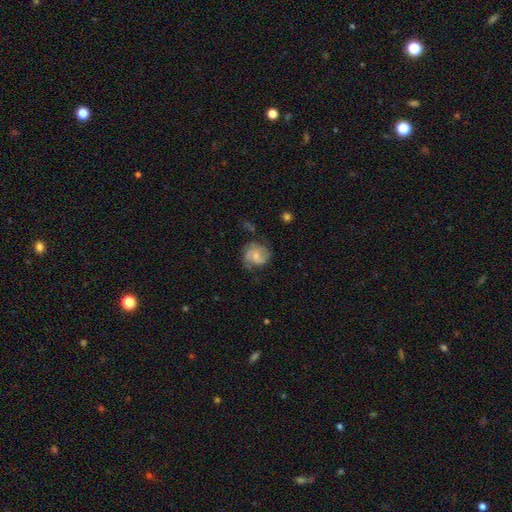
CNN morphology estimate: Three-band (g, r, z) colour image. It shows a featured or disk galaxy (74%) with no bar (53%), 2 (49%) medium (47%) spiral arms (94%) and a small central bulge (48%). Merging: none (63%).